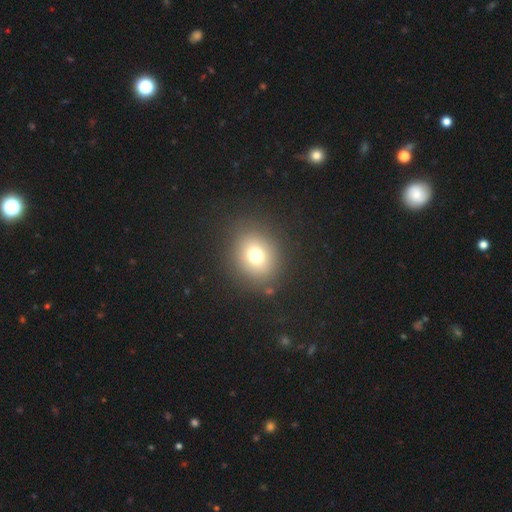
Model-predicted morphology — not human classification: Smooth or featured?
  - smooth: 71% *
  - star or artifact: 17%
  - featured or disk: 12%
How rounded?
  - round: 76% *
  - in between: 23%
  - cigar-shaped: 1%
Merging?
  - none: 85% *
  - minor disturbance: 8%
  - major disturbance: 5%
  - merger: 2%